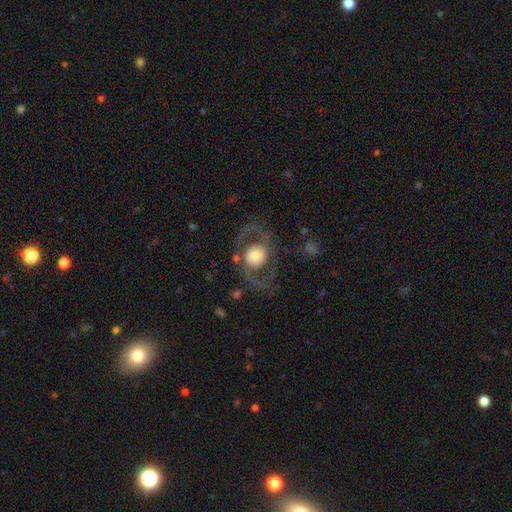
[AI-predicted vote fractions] This appears to be a featured or disk galaxy (63%) with no bar (77%), spiral arms (54%) and a moderate central bulge (44%). Merging: none (68%).